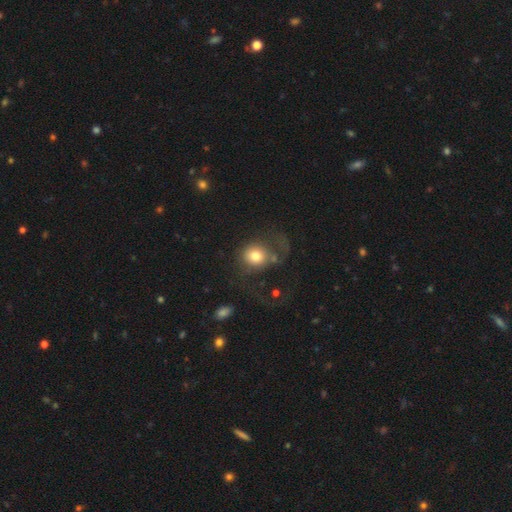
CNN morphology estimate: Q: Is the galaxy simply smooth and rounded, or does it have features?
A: smooth — 72%.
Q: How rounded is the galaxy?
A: round — 79%.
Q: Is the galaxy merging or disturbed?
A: major disturbance — 44%.